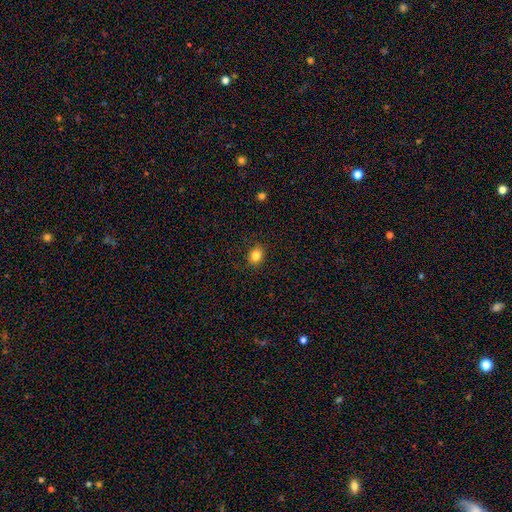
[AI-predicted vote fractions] A smooth galaxy with no disk features (83%) that is in between round and cigar-shaped (52%). Merging: none (89%).